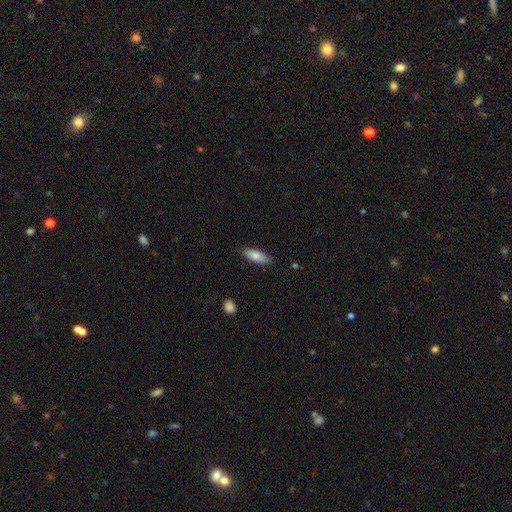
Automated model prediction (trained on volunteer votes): A smooth galaxy with no disk features (80%) that is in between round and cigar-shaped (64%). Merging: none (84%).